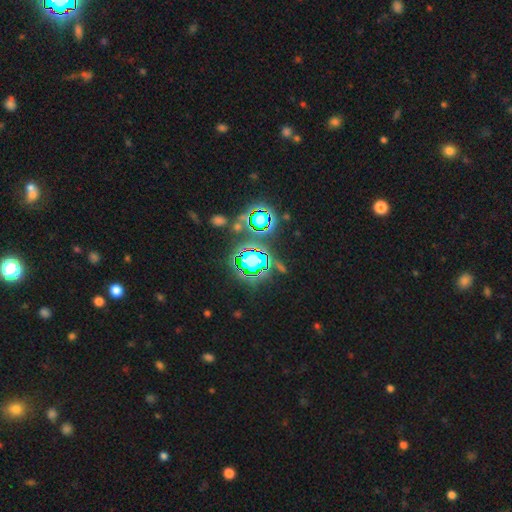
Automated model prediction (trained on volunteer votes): Smooth or featured?
  - star or artifact: 72% *
  - smooth: 17%
  - featured or disk: 11%